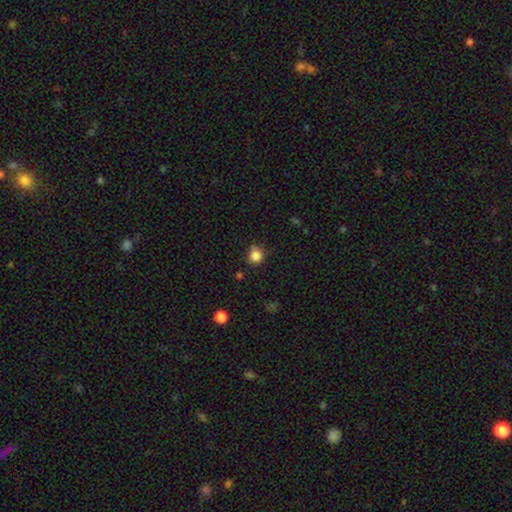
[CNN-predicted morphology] The model was most divided on "merging": none: 67%, minor disturbance: 23%, major disturbance: 6%, merger: 4%. More confident: how rounded — round (84%); smooth or featured — smooth (83%).